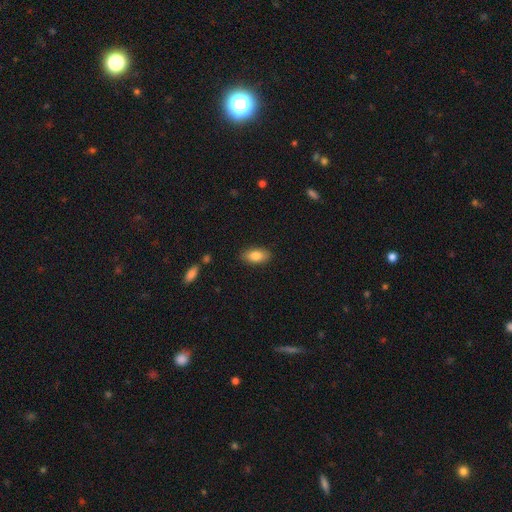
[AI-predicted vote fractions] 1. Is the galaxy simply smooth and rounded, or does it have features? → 82% smooth, 11% featured or disk, 7% star or artifact.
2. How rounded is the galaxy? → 89% in between, 8% cigar-shaped, 4% round.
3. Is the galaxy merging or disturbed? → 87% none, 9% minor disturbance, 2% major disturbance, 1% merger.